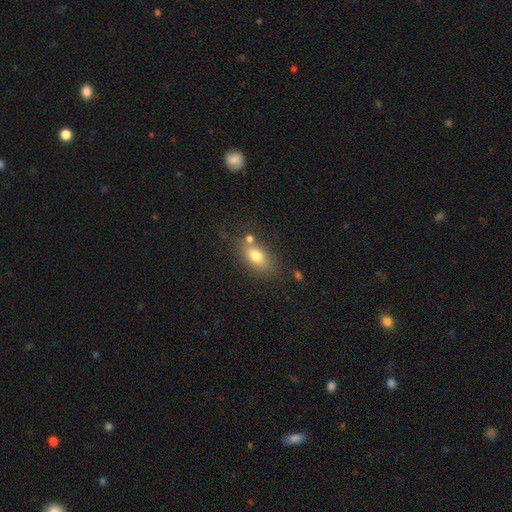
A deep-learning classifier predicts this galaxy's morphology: A smooth galaxy with no disk features (77%) that is in between round and cigar-shaped (81%).

Vote fractions:
- Smooth or featured? smooth: 77% / featured or disk: 14% / star or artifact: 10%
- How rounded? in between: 81% / round: 14% / cigar-shaped: 5%
- Merging? none: 63% / minor disturbance: 16% / merger: 16% / major disturbance: 5%